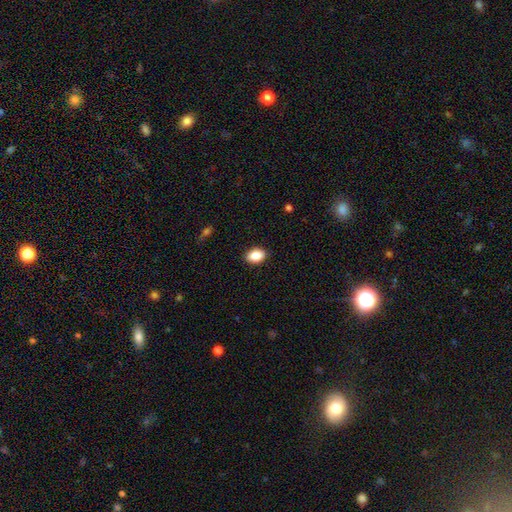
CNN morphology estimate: This is clearly a smooth galaxy (87%). How rounded: clearly in between (84%). Merging: clearly none (88%).